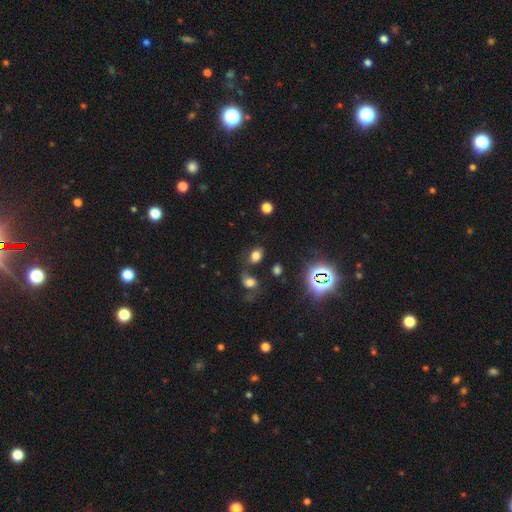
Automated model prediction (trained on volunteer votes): A smooth galaxy with no disk features (71%) that is in between round and cigar-shaped (74%).

Vote fractions:
- Smooth or featured? smooth: 71% / star or artifact: 21% / featured or disk: 9%
- How rounded? in between: 74% / round: 24% / cigar-shaped: 2%
- Merging? none: 65% / merger: 14% / minor disturbance: 14% / major disturbance: 7%